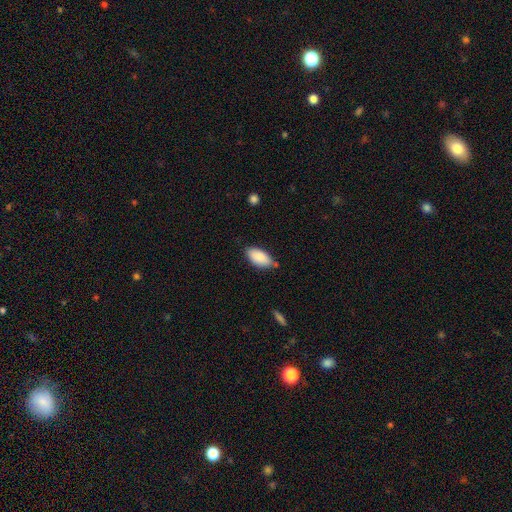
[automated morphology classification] This is clearly a smooth galaxy (87%). How rounded: clearly in between (93%). Merging: likely none (75%).